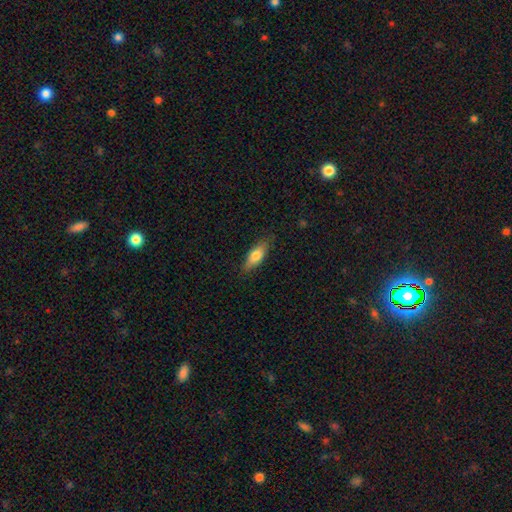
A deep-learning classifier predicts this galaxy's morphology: This is likely a smooth galaxy (75%). How rounded: likely in between (66%). Merging: clearly none (83%).